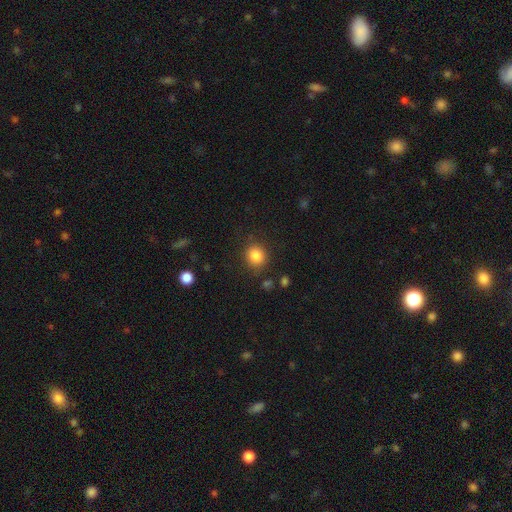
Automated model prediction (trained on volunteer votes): Q: Smooth or featured?
A: smooth (85%); runner-up: star or artifact (11%)
Q: How rounded?
A: round (86%); runner-up: in between (13%)
Q: Merging?
A: none (84%); runner-up: minor disturbance (10%)